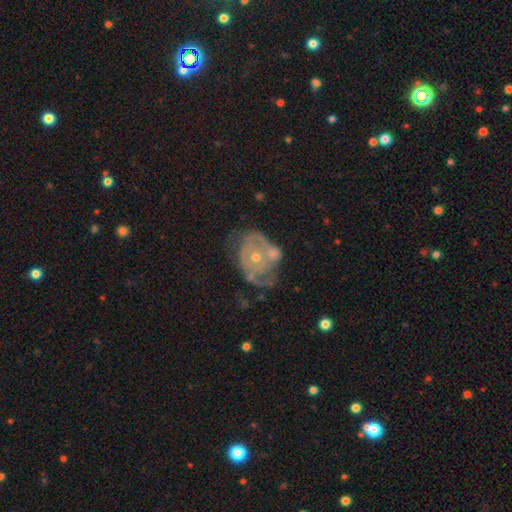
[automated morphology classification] featured or disk 72%, smooth 22%, star or artifact 7%. Down the decision tree: edge-on disk — no (97%); bar — no (83%); spiral arms — yes (57%); bulge size — moderate (51%); merging — none (33%).